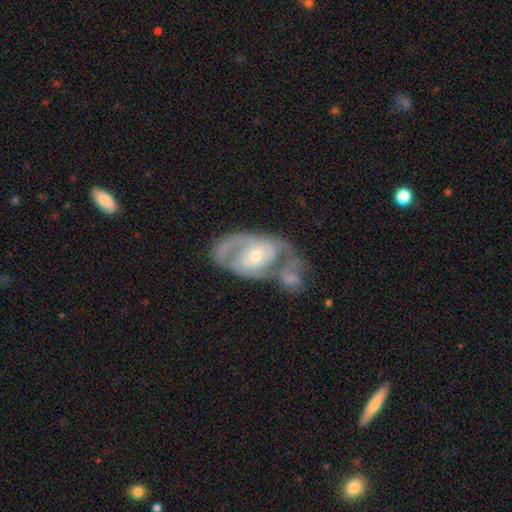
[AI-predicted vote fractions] Smooth or featured? featured or disk (75%)
Edge-on disk? no (95%)
Bar? no (56%)
Spiral arms? yes (73%)
Spiral winding? tight (42%)
Spiral arm count? 2 (51%)
Bulge size? small (53%)
Merging? merger (42%)